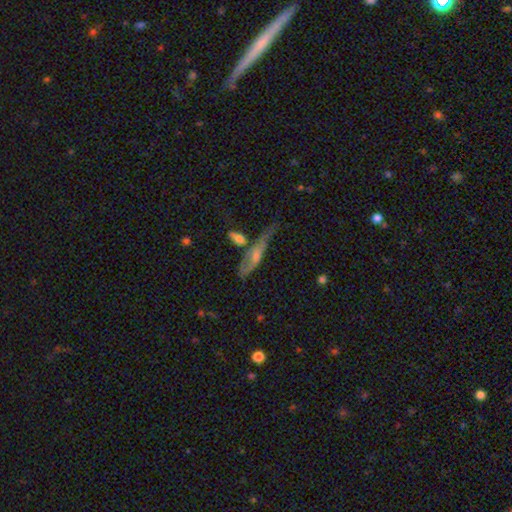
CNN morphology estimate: Smooth or featured? Predicted: featured or disk (p=0.53). Edge-on disk? Predicted: yes (p=0.64). Merging? Predicted: none (p=0.40).